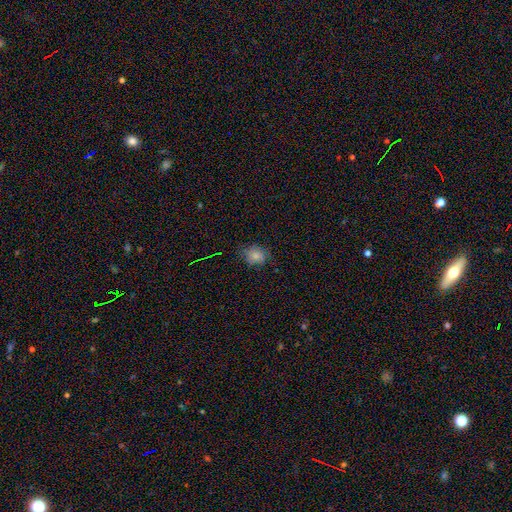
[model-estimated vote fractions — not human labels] smooth-or-featured: smooth: 80% | star or artifact: 12% | featured or disk: 8%
  how-rounded: round: 54% | in between: 45% | cigar-shaped: 1%
  merging: none: 73% | minor disturbance: 21% | major disturbance: 5% | merger: 1%